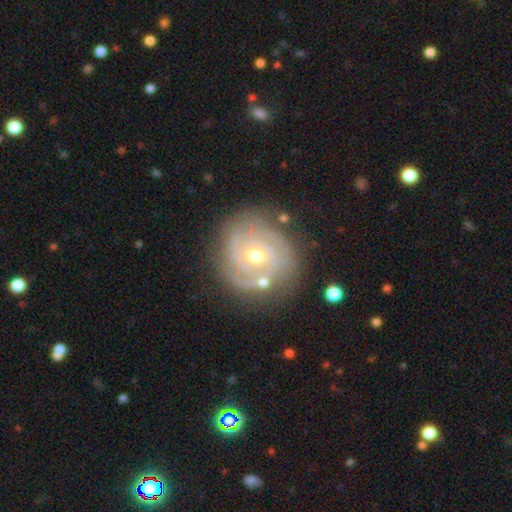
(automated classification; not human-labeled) This appears to be a featured or disk galaxy (87%) with no bar (62%), 3 (34%) tight (81%) spiral arms (96%) and a moderate central bulge (67%). Merging: none (77%).